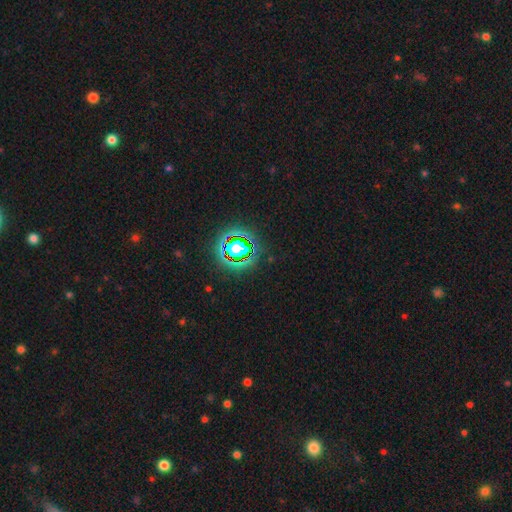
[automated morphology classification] The model was most divided on "smooth or featured": star or artifact: 81%, smooth: 12%, featured or disk: 7%.